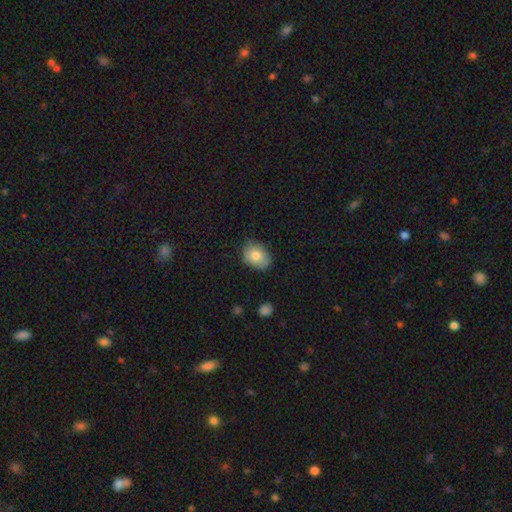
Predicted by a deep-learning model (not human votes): Q: Smooth or featured?
A: smooth (81%); runner-up: featured or disk (12%)
Q: How rounded?
A: in between (66%); runner-up: round (33%)
Q: Merging?
A: none (77%); runner-up: minor disturbance (19%)